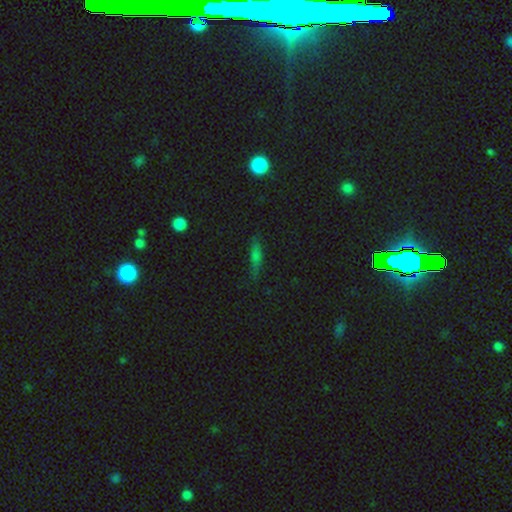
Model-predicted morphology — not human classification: A smooth galaxy with no disk features (56%) that is cigar-shaped (69%). Merging: none (79%).